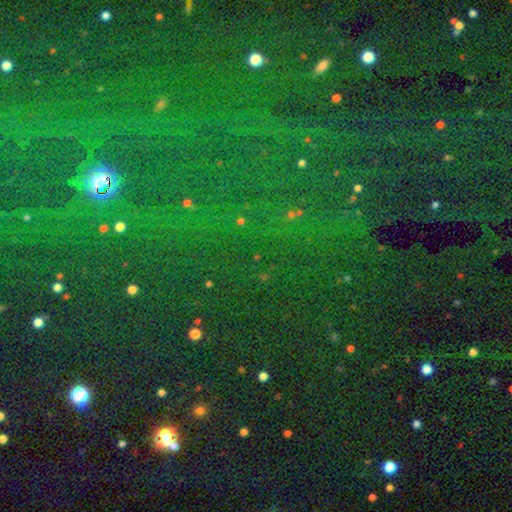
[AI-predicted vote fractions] A star or artifact, not a galaxy (82%).

Vote fractions:
- Smooth or featured? star or artifact: 82% / smooth: 11% / featured or disk: 7%